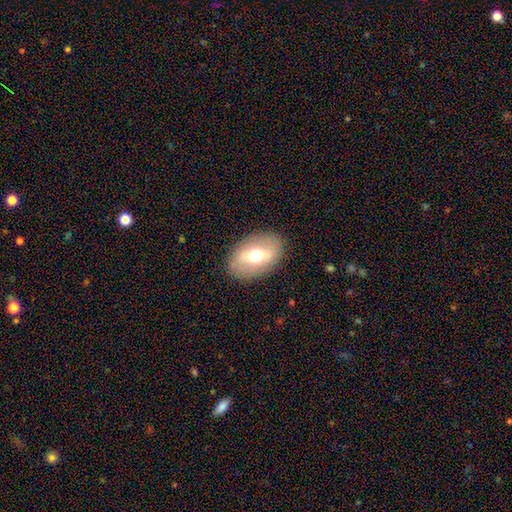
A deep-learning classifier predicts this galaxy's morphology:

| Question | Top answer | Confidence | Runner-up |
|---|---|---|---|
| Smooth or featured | smooth | 52% | featured or disk (40%) |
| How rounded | in between | 82% | round (16%) |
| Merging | none | 86% | minor disturbance (9%) |